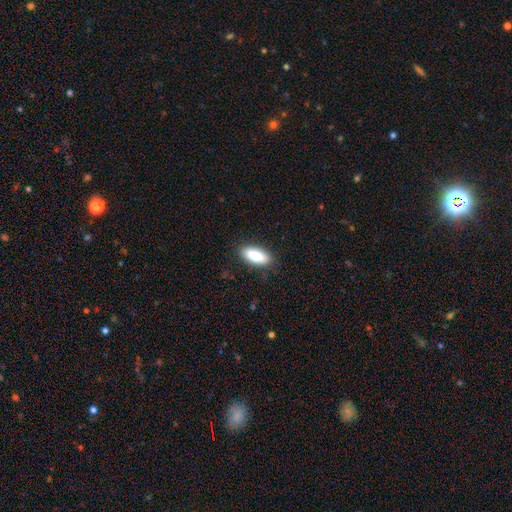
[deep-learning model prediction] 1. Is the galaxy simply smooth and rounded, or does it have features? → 81% smooth, 12% featured or disk, 6% star or artifact.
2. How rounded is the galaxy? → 84% in between, 14% cigar-shaped, 2% round.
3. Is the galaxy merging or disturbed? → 87% none, 10% minor disturbance, 2% major disturbance, 1% merger.